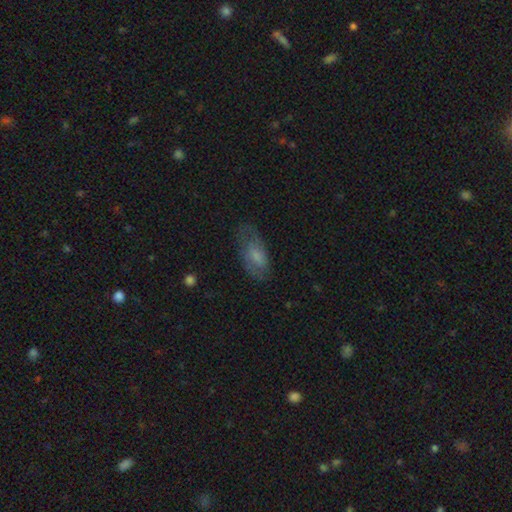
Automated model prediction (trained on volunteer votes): A smooth galaxy with no disk features (55%) that is in between round and cigar-shaped (89%). Merging: none (64%).